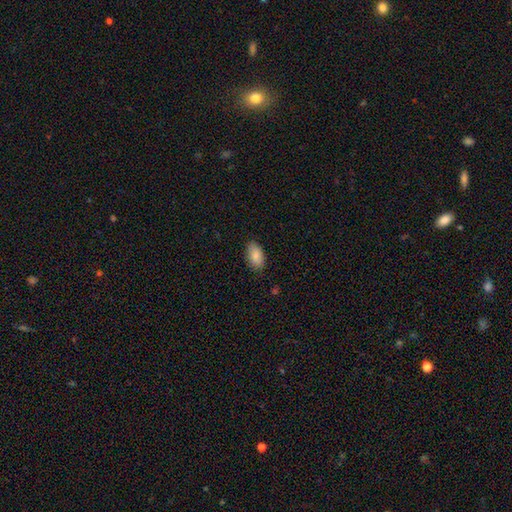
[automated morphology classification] Smooth or featured? Predicted: smooth (p=0.87). How rounded? Predicted: in between (p=0.94). Merging? Predicted: none (p=0.85).